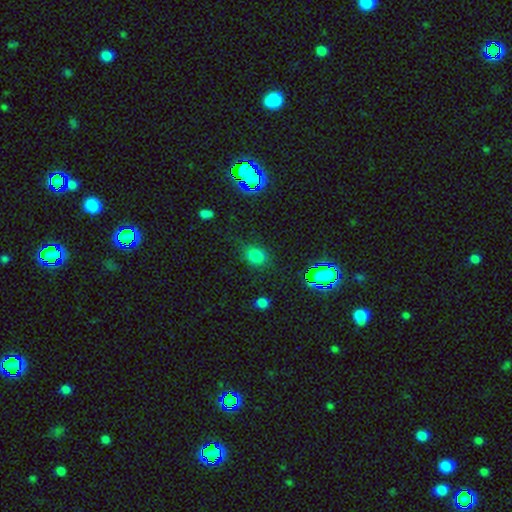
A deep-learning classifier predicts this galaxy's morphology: smooth-or-featured: smooth: 74% | star or artifact: 19% | featured or disk: 7%
  how-rounded: round: 58% | in between: 40% | cigar-shaped: 2%
  merging: none: 76% | minor disturbance: 15% | major disturbance: 6% | merger: 3%